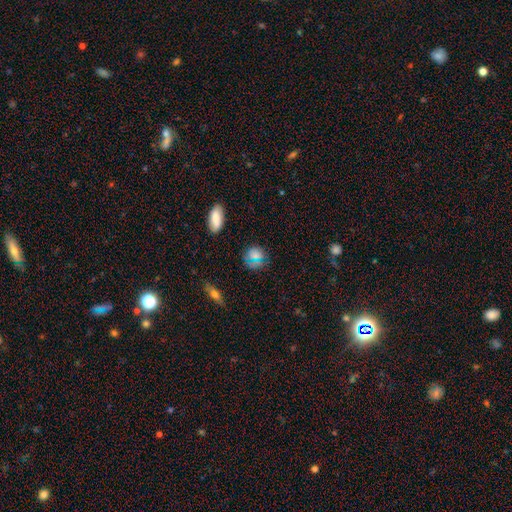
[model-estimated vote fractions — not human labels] smooth 71%, star or artifact 21%, featured or disk 8%. Down the decision tree: how rounded — round (78%); merging — none (81%).